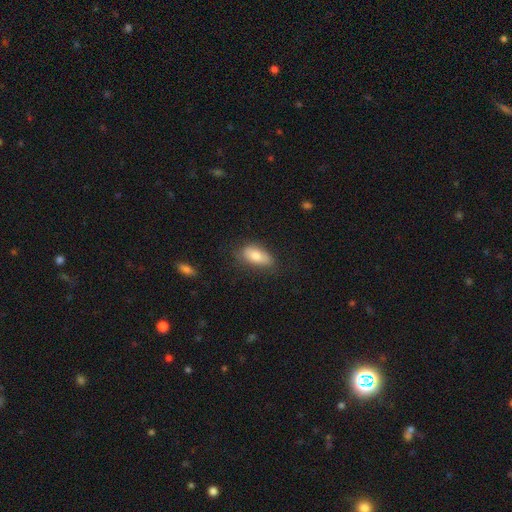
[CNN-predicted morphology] This is likely a smooth galaxy (76%). How rounded: clearly in between (88%). Merging: likely none (70%).